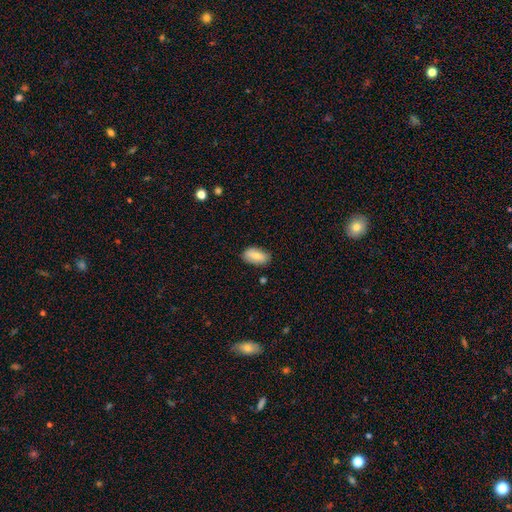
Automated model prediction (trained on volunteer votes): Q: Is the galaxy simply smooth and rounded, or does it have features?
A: smooth — 78%.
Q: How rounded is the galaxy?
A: in between — 92%.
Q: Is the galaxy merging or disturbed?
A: none — 81%.